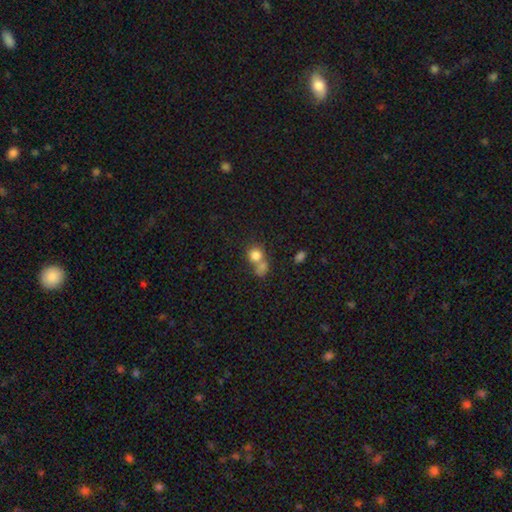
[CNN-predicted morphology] A smooth galaxy with no disk features (80%) that is round (80%).

Vote fractions:
- Smooth or featured? smooth: 80% / star or artifact: 11% / featured or disk: 9%
- How rounded? round: 80% / in between: 19% / cigar-shaped: 1%
- Merging? merger: 50% / none: 37% / minor disturbance: 8% / major disturbance: 5%